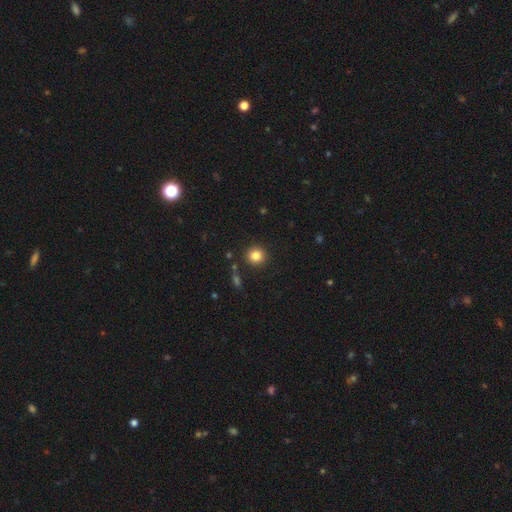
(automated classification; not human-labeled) smooth-or-featured: smooth: 84% | star or artifact: 11% | featured or disk: 5%
  how-rounded: round: 92% | in between: 7% | cigar-shaped: 1%
  merging: none: 90% | minor disturbance: 6% | merger: 2% | major disturbance: 2%